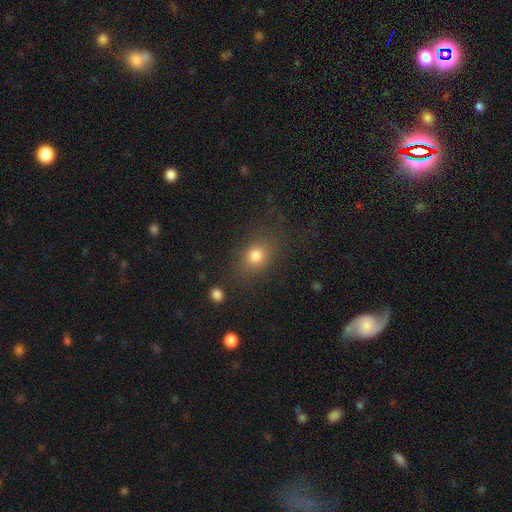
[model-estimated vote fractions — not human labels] Smooth or featured?
  - smooth: 77% *
  - star or artifact: 14%
  - featured or disk: 10%
How rounded?
  - in between: 51% *
  - round: 47%
  - cigar-shaped: 2%
Merging?
  - none: 75% *
  - minor disturbance: 15%
  - major disturbance: 8%
  - merger: 2%